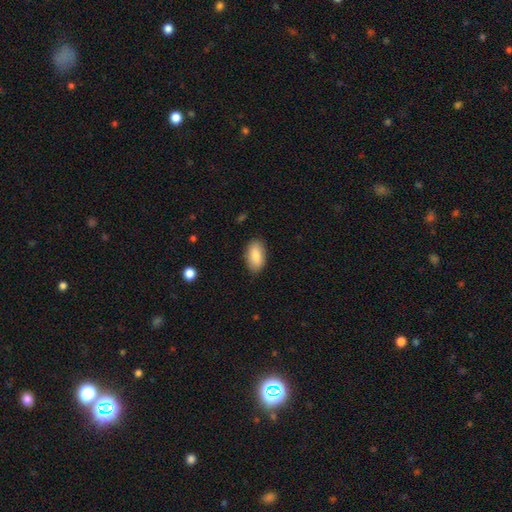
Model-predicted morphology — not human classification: smooth_or_featured: smooth (p=0.85) [alt: featured or disk p=0.09]
how_rounded: in between (p=0.93) [alt: round p=0.03]
merging: none (p=0.86) [alt: minor disturbance p=0.11]